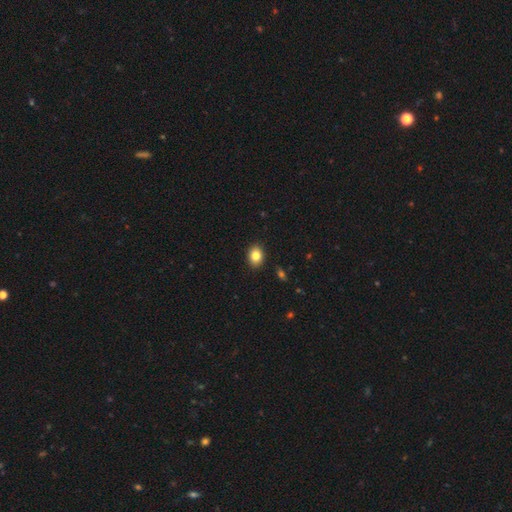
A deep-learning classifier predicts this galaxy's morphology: A smooth galaxy with no disk features (83%) that is in between round and cigar-shaped (57%). Merging: none (90%).